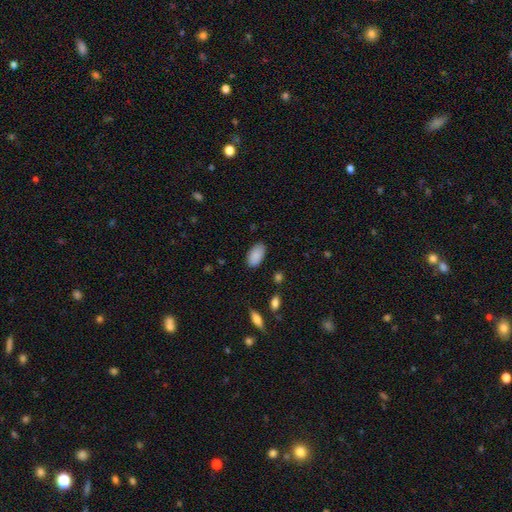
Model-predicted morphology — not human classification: Overall: smooth (89%). How rounded: in between (95%). Merging: none (85%).